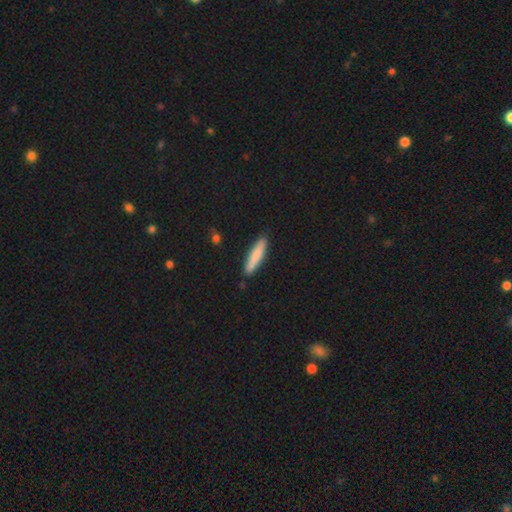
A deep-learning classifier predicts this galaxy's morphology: Smooth or featured? Predicted: smooth (p=0.81). How rounded? Predicted: cigar-shaped (p=0.86). Merging? Predicted: none (p=0.88).